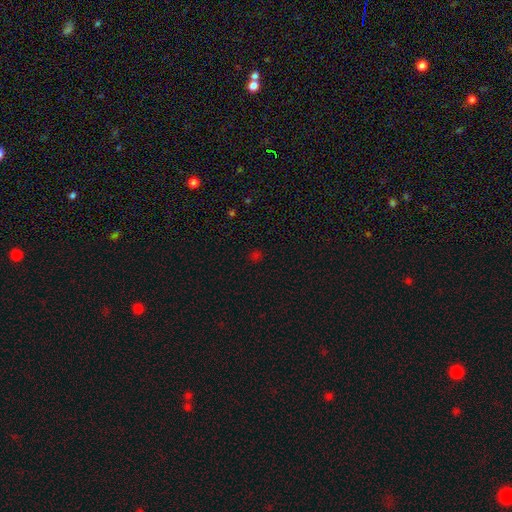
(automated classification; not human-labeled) The model was most divided on "smooth or featured": smooth: 57%, star or artifact: 38%, featured or disk: 5%. More confident: merging — none (84%); how rounded — round (83%).